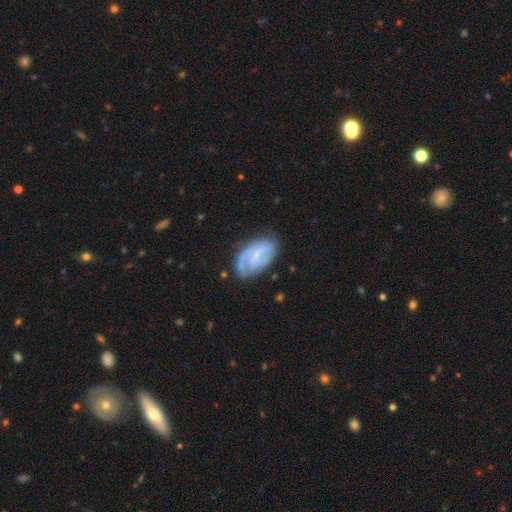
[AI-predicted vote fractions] Smooth or featured? Predicted: featured or disk (p=0.63). Edge-on disk? Predicted: no (p=0.95). Bar? Predicted: weak (p=0.45). Spiral arms? Predicted: yes (p=0.71). Bulge size? Predicted: small (p=0.41). Merging? Predicted: none (p=0.60).